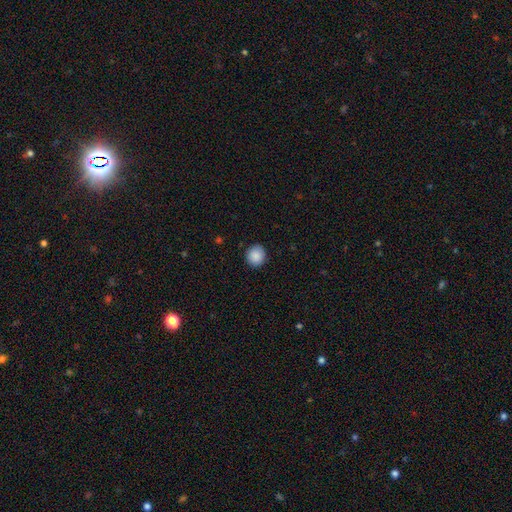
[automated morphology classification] Smooth or featured? smooth (89%)
How rounded? round (86%)
Merging? none (90%)